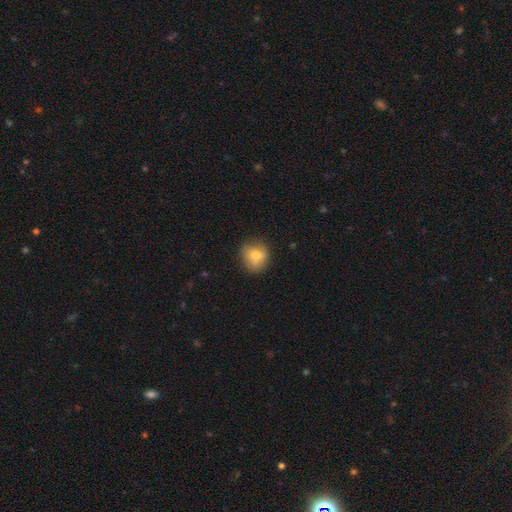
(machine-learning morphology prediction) This is likely a smooth galaxy (78%). How rounded: likely round (75%). Merging: likely none (70%).